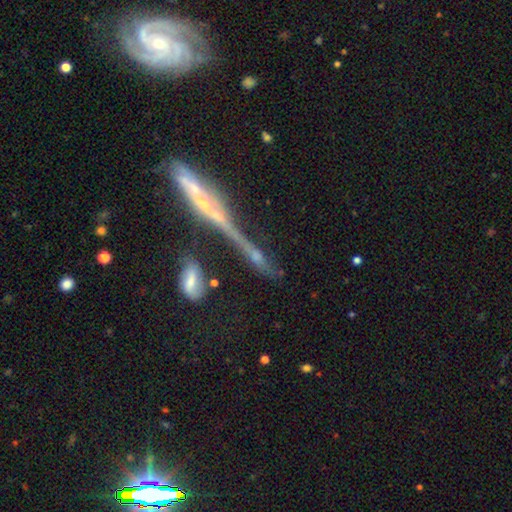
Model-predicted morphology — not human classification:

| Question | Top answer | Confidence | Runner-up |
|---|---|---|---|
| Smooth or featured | featured or disk | 55% | smooth (23%) |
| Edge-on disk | yes | 74% | no (26%) |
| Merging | none | 40% | merger (26%) |